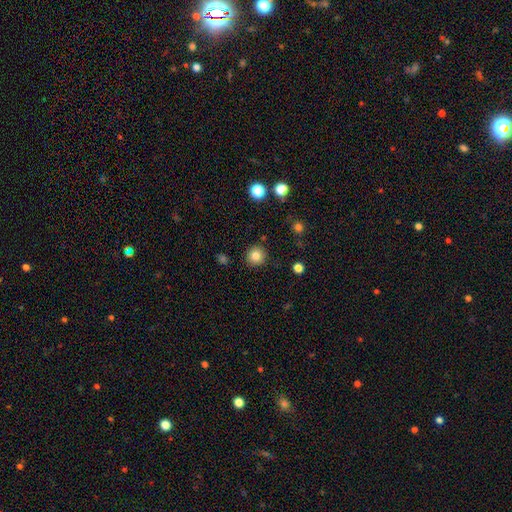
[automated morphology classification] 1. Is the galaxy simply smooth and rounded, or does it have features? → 83% smooth, 11% star or artifact, 6% featured or disk.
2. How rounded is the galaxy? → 94% round, 5% in between, 1% cigar-shaped.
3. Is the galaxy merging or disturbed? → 91% none, 6% minor disturbance, 2% major disturbance, 1% merger.